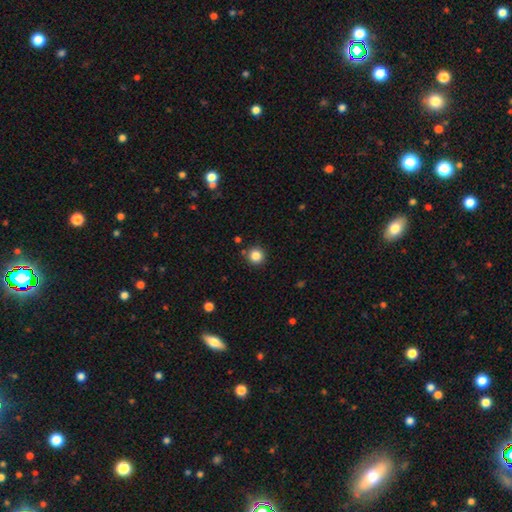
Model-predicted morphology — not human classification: Q: Smooth or featured?
A: smooth (85%); runner-up: star or artifact (11%)
Q: How rounded?
A: round (94%); runner-up: in between (5%)
Q: Merging?
A: none (87%); runner-up: minor disturbance (7%)